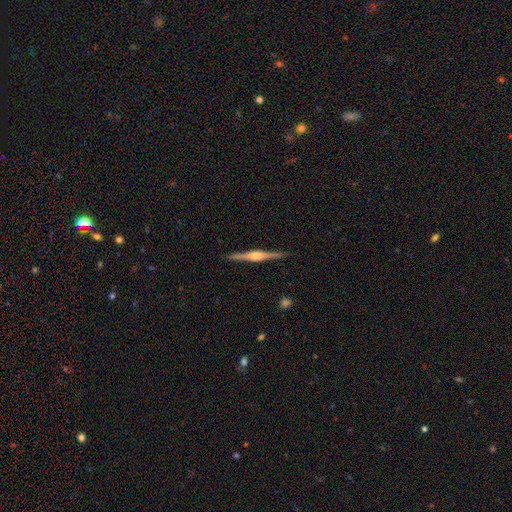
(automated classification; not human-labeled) A featured or disk galaxy (83%) viewed edge-on (99%) with a rounded central bulge (76%).

Vote fractions:
- Smooth or featured? featured or disk: 83% / smooth: 11% / star or artifact: 5%
- Edge-on disk? yes: 99% / no: 1%
- Edge-on bulge? rounded: 76% / boxy: 19% / none: 5%
- Merging? none: 92% / minor disturbance: 6% / major disturbance: 1% / merger: 1%